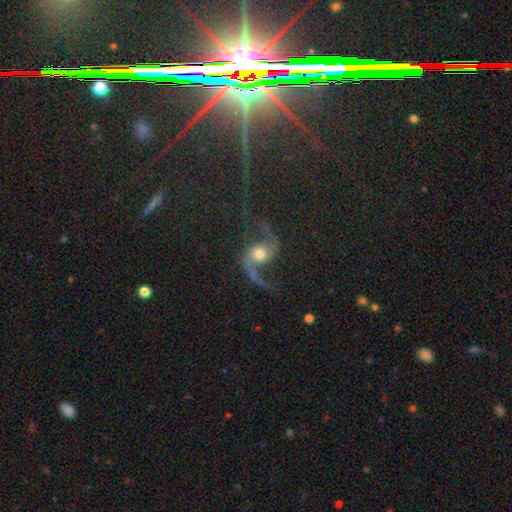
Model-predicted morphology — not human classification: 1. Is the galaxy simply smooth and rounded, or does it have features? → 85% featured or disk, 9% star or artifact, 6% smooth.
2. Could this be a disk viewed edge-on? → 97% no, 3% yes.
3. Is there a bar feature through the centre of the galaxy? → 70% no, 22% weak, 8% strong.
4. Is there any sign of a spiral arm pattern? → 96% yes, 4% no.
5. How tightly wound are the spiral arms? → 70% loose, 25% medium, 5% tight.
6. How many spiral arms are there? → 92% 2, 4% 1, 1% can't tell, 1% 3, 1% 4, 1% more than 4.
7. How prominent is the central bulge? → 66% moderate, 15% large, 14% small, 2% dominant, 2% none.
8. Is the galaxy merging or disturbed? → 67% none, 15% major disturbance, 15% minor disturbance, 3% merger.